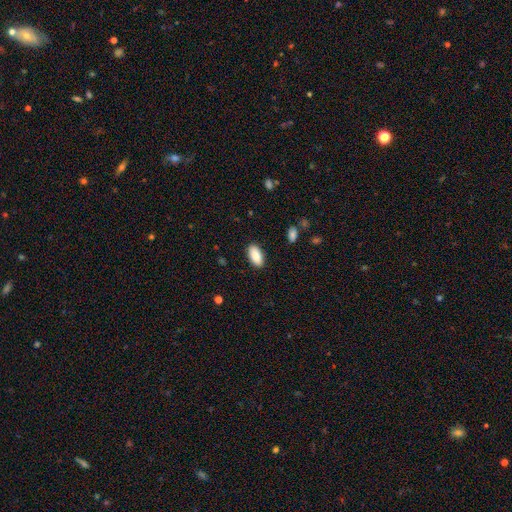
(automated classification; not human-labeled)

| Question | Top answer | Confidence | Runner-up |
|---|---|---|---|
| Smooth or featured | smooth | 88% | star or artifact (6%) |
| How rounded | in between | 93% | cigar-shaped (5%) |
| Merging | none | 89% | minor disturbance (8%) |